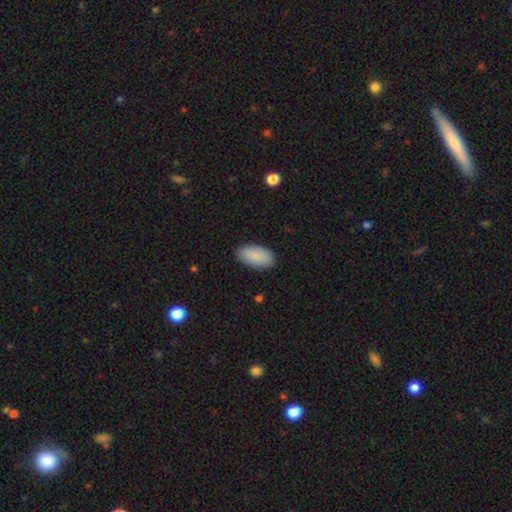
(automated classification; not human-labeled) smooth 89%, star or artifact 6%, featured or disk 6%. Down the decision tree: how rounded — in between (95%); merging — none (88%).